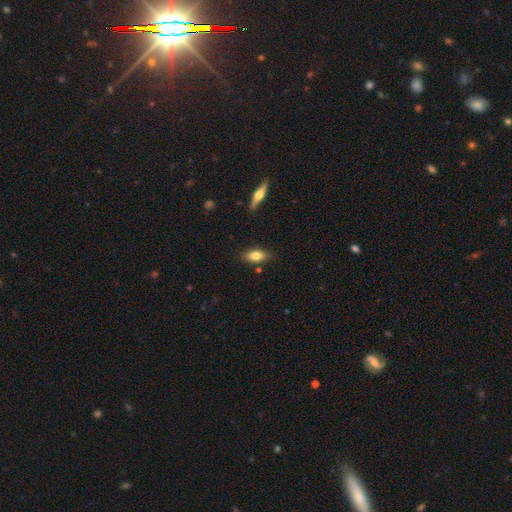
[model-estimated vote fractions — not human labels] smooth_or_featured: smooth (p=0.77) [alt: featured or disk p=0.16]
how_rounded: in between (p=0.84) [alt: cigar-shaped p=0.13]
merging: none (p=0.82) [alt: minor disturbance p=0.12]